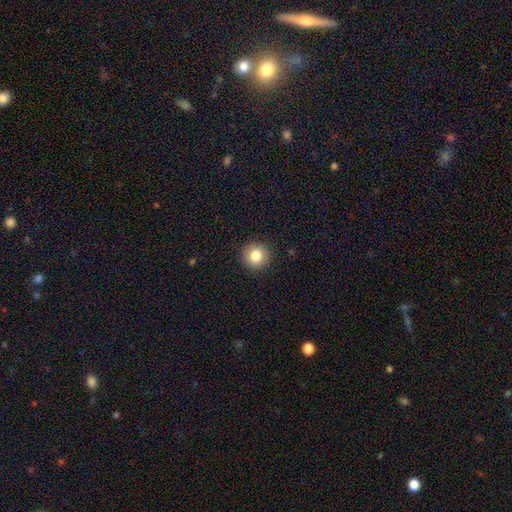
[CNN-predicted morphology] Q: Smooth or featured?
A: smooth (83%); runner-up: star or artifact (10%)
Q: How rounded?
A: round (94%); runner-up: in between (5%)
Q: Merging?
A: none (92%); runner-up: minor disturbance (5%)